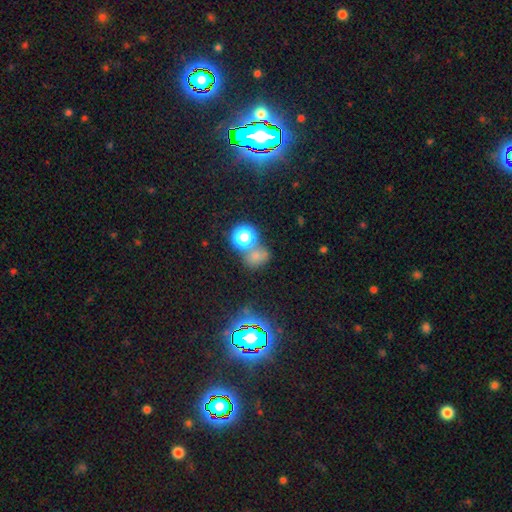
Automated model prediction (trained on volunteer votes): smooth 57%, star or artifact 34%, featured or disk 9%. Down the decision tree: how rounded — round (64%); merging — none (52%).